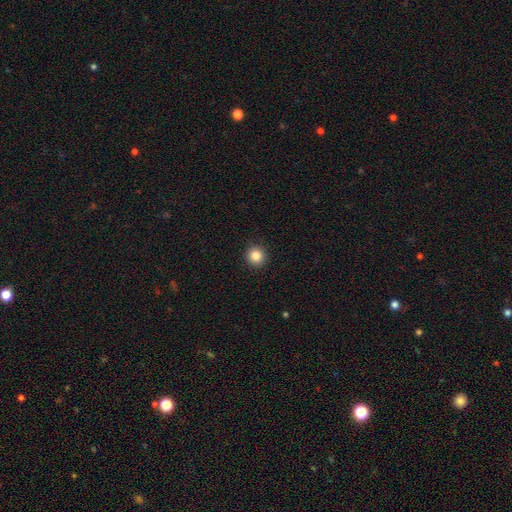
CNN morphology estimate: This is clearly a smooth galaxy (86%). How rounded: clearly round (94%). Merging: clearly none (93%).